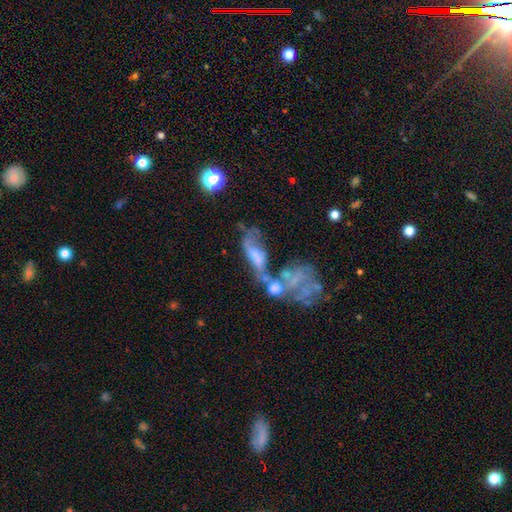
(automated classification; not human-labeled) Smooth or featured? featured or disk (47%)
Merging? merger (50%)